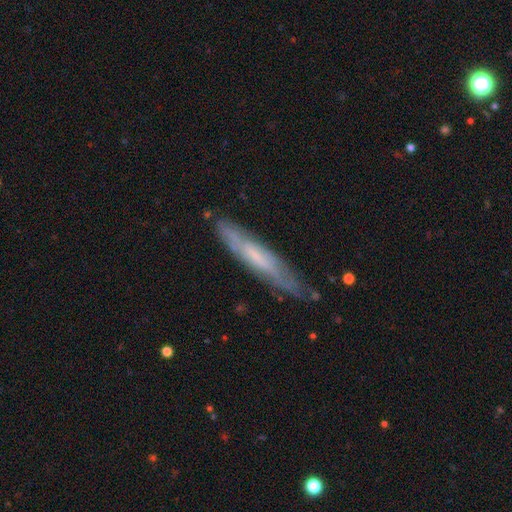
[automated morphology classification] The model was most divided on "smooth or featured": featured or disk: 54%, smooth: 39%, star or artifact: 7%. More confident: merging — none (77%); edge-on disk — yes (70%).